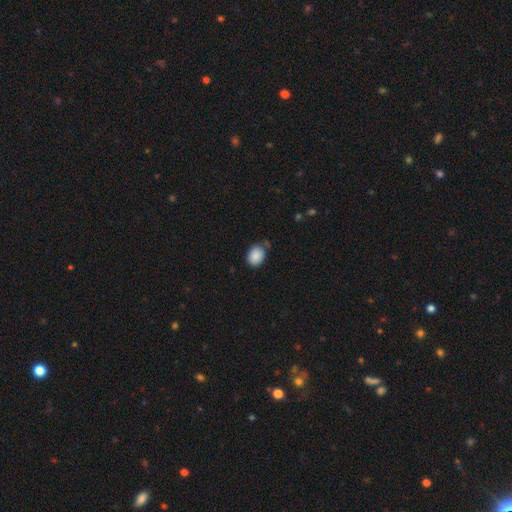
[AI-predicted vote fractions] smooth-or-featured: smooth: 88% | star or artifact: 8% | featured or disk: 4%
  how-rounded: in between: 58% | round: 41% | cigar-shaped: 1%
  merging: none: 71% | minor disturbance: 20% | merger: 4% | major disturbance: 4%